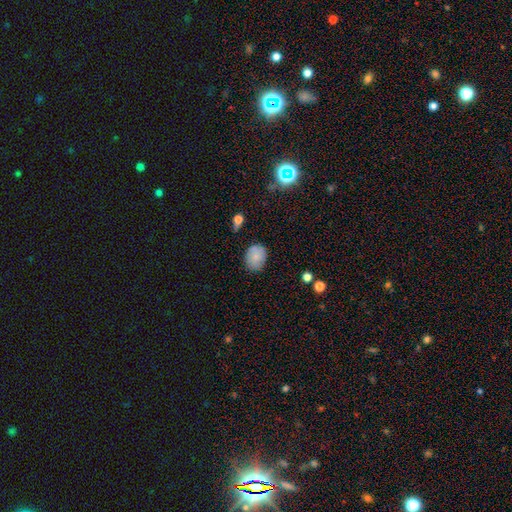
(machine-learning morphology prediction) type=smooth (77%); roundness=in between (51%); merging=none (75%).